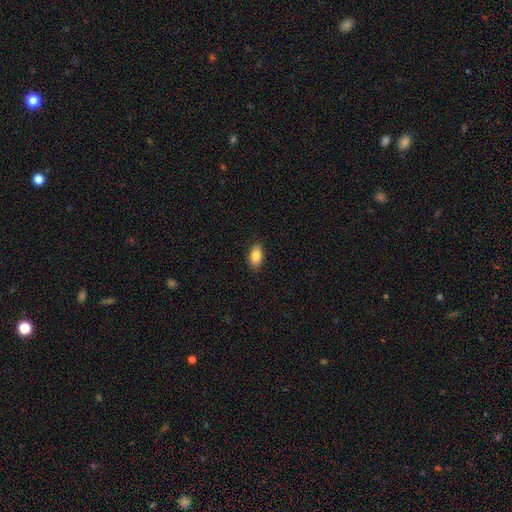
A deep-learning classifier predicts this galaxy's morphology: Smooth or featured? smooth (86%)
How rounded? in between (92%)
Merging? none (89%)